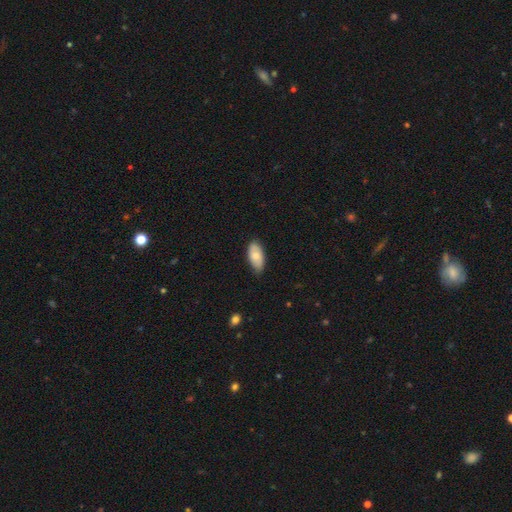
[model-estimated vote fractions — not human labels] Overall: smooth (76%). How rounded: in between (93%). Merging: none (79%).